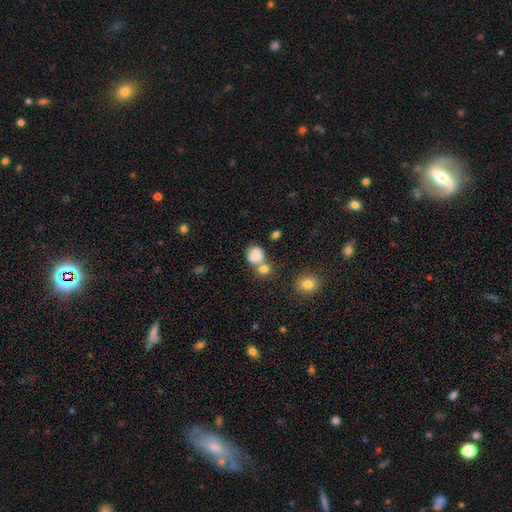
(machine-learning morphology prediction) type=smooth (81%); roundness=round (70%); merging=none (43%).